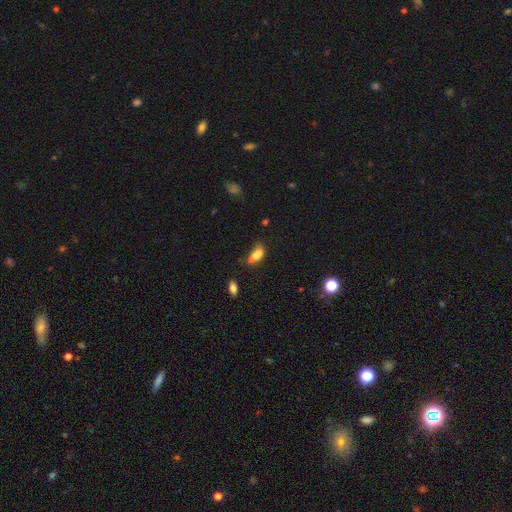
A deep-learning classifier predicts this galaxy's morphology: Q: Smooth or featured?
A: smooth (69%); runner-up: featured or disk (18%)
Q: How rounded?
A: in between (79%); runner-up: round (13%)
Q: Merging?
A: merger (39%); runner-up: none (27%)